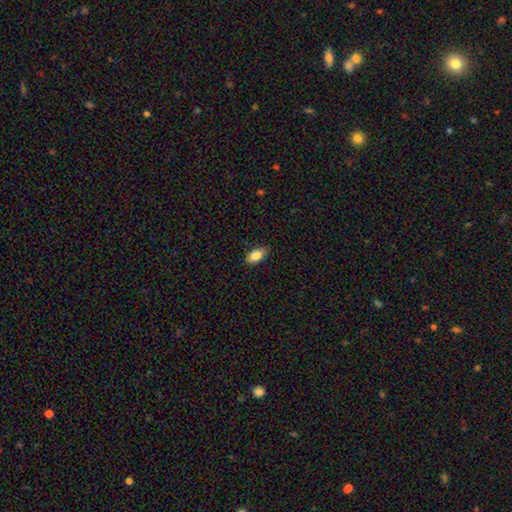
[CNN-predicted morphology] smooth-or-featured: smooth: 84% | featured or disk: 9% | star or artifact: 7%
  how-rounded: in between: 91% | round: 5% | cigar-shaped: 4%
  merging: none: 84% | minor disturbance: 13% | major disturbance: 2% | merger: 1%